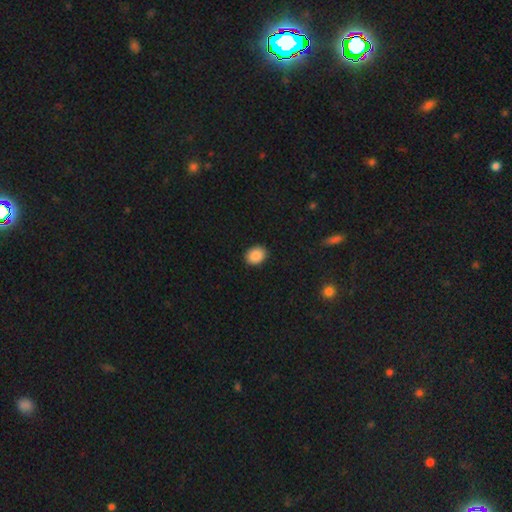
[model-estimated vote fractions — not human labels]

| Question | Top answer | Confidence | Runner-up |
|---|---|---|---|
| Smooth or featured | smooth | 88% | star or artifact (8%) |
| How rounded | in between | 53% | round (46%) |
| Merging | none | 90% | minor disturbance (7%) |